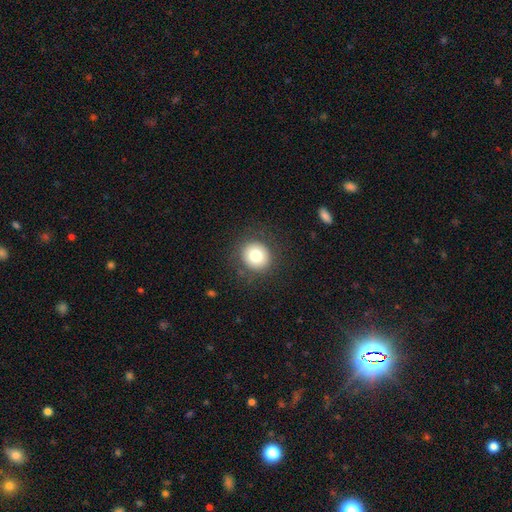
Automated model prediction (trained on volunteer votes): Smooth or featured?
  - smooth: 79% *
  - featured or disk: 10%
  - star or artifact: 10%
How rounded?
  - round: 90% *
  - in between: 9%
  - cigar-shaped: 1%
Merging?
  - none: 87% *
  - minor disturbance: 9%
  - major disturbance: 4%
  - merger: 1%